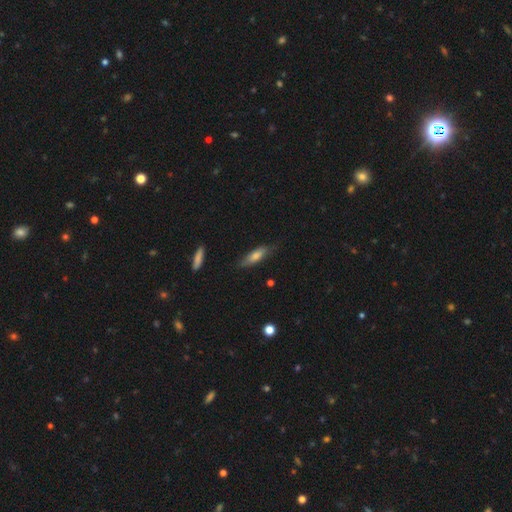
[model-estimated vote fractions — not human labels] smooth-or-featured: smooth: 68% | featured or disk: 25% | star or artifact: 7%
  how-rounded: cigar-shaped: 56% | in between: 41% | round: 2%
  merging: none: 74% | minor disturbance: 20% | major disturbance: 4% | merger: 2%